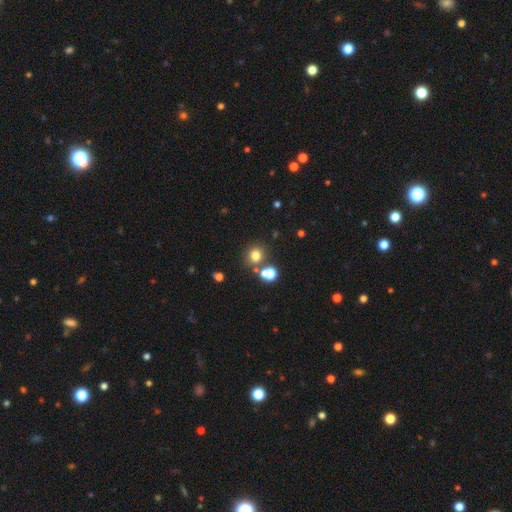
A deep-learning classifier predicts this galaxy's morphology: This is likely a smooth galaxy (75%). How rounded: likely round (79%). Merging: likely none (69%).